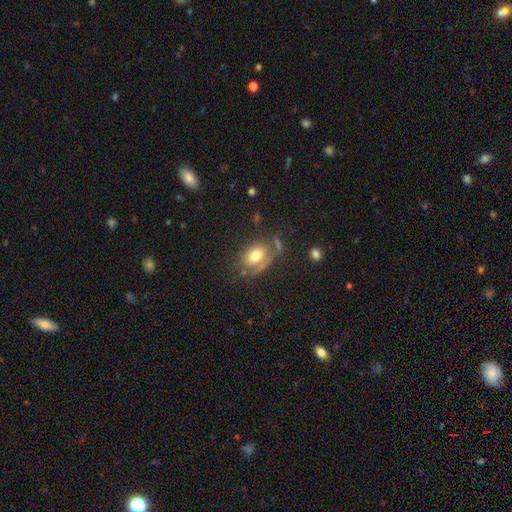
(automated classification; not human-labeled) This is likely a smooth galaxy (70%). How rounded: likely in between (77%). Merging: possibly none (54%).